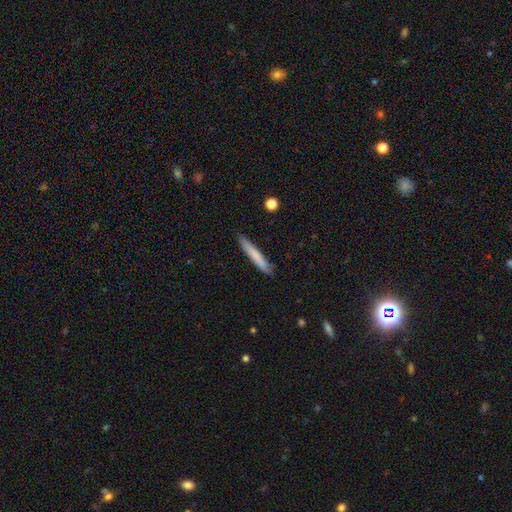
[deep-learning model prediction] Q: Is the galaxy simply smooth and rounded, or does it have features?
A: smooth — 76%.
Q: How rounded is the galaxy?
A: cigar-shaped — 95%.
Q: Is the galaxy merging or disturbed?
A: none — 85%.